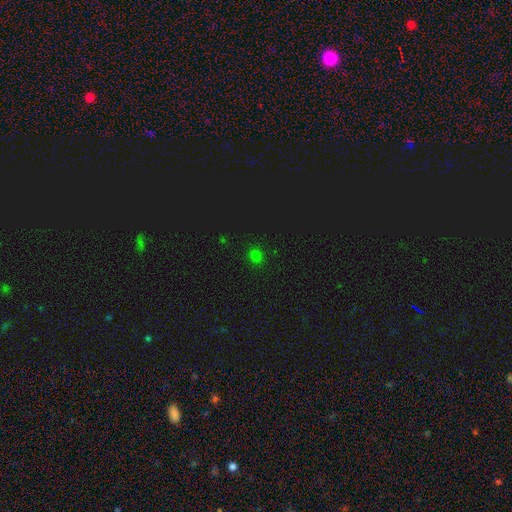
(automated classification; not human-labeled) A smooth galaxy with no disk features (72%) that is round (84%).

Vote fractions:
- Smooth or featured? smooth: 72% / star or artifact: 23% / featured or disk: 4%
- How rounded? round: 84% / in between: 15% / cigar-shaped: 1%
- Merging? none: 90% / minor disturbance: 6% / major disturbance: 2% / merger: 1%